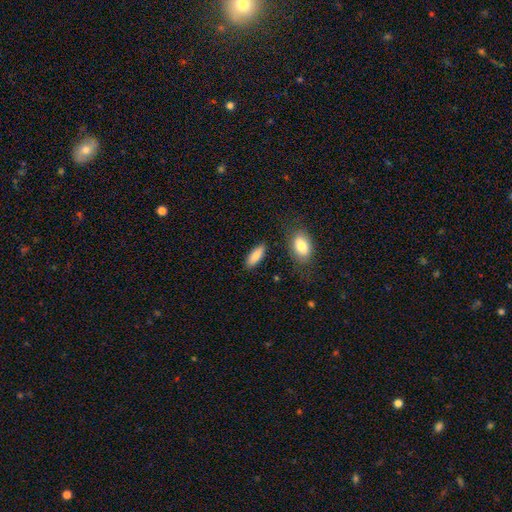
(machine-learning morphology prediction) Smooth or featured: smooth — 85% (featured or disk — 8%)
How rounded: in between — 70% (cigar-shaped — 27%)
Merging: none — 84% (minor disturbance — 11%)